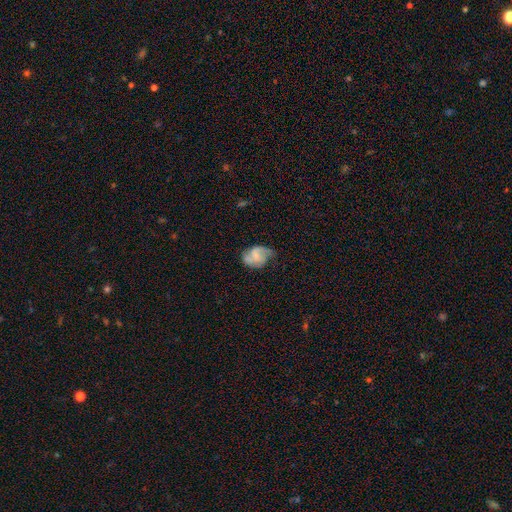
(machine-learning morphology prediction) featured or disk 60%, smooth 33%, star or artifact 7%. Down the decision tree: edge-on disk — no (97%); bar — no (49%); spiral arms — yes (87%); spiral arm count — 2 (70%); spiral winding — medium (45%); bulge size — small (58%); merging — none (53%).